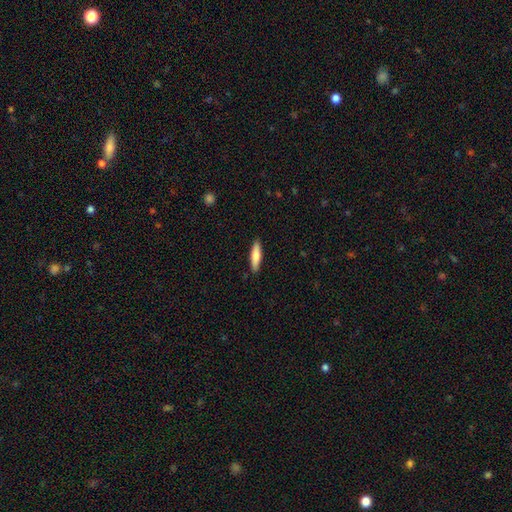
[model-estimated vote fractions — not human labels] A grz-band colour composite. It shows a smooth galaxy with no disk features (75%) that is cigar-shaped (70%). Merging: none (89%).